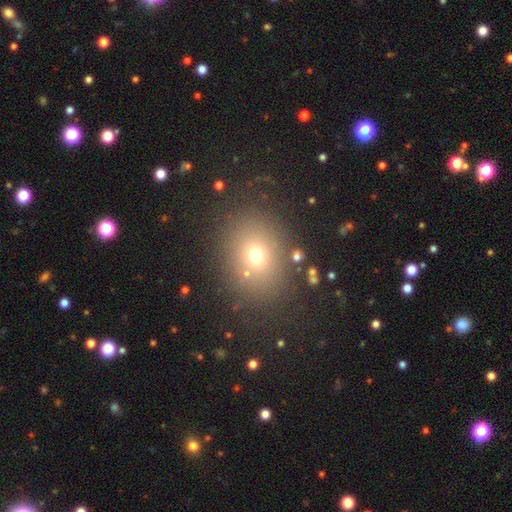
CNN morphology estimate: Q: Smooth or featured?
A: smooth (67%); runner-up: star or artifact (20%)
Q: How rounded?
A: round (62%); runner-up: in between (37%)
Q: Merging?
A: none (80%); runner-up: minor disturbance (10%)